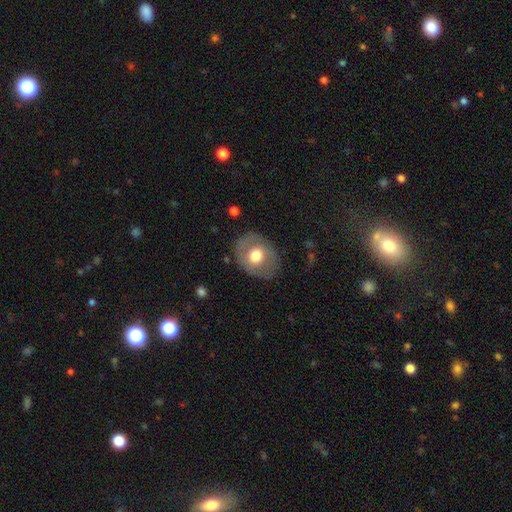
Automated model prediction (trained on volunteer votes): This appears to be a smooth galaxy with no disk features (59%) that is round (51%). Merging: none (79%).